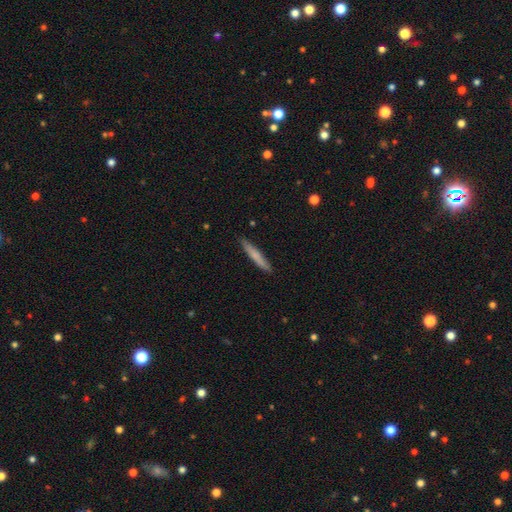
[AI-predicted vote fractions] Smooth or featured? Predicted: smooth (p=0.72). How rounded? Predicted: cigar-shaped (p=0.94). Merging? Predicted: none (p=0.89).